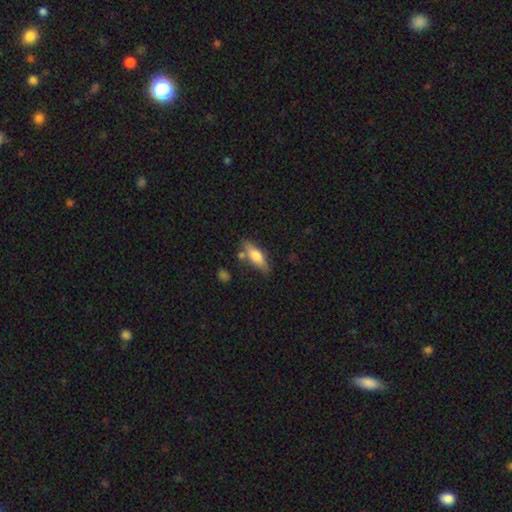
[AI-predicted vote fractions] Smooth or featured? smooth (70%)
How rounded? in between (61%)
Merging? none (71%)